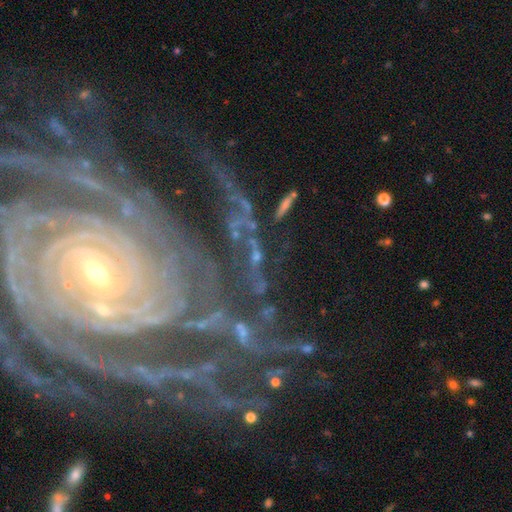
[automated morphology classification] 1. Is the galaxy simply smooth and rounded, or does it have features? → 48% featured or disk, 35% star or artifact, 17% smooth.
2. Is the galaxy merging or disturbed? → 55% none, 17% major disturbance, 17% minor disturbance, 12% merger.